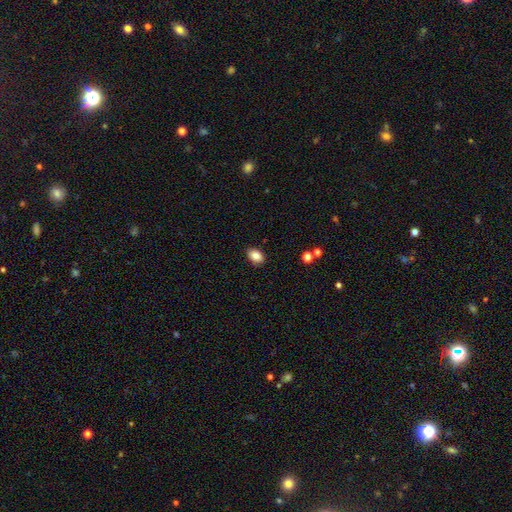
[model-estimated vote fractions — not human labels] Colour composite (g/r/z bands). It shows a smooth galaxy with no disk features (84%) that is in between round and cigar-shaped (83%). Merging: none (88%).